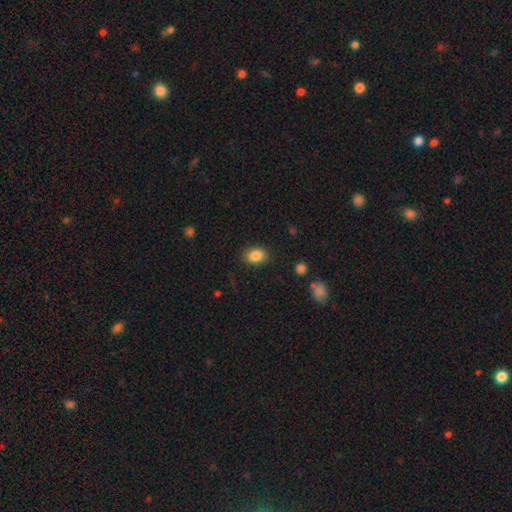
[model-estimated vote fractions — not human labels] Smooth or featured: smooth — 86% (star or artifact — 9%)
How rounded: in between — 62% (round — 37%)
Merging: none — 86% (minor disturbance — 9%)